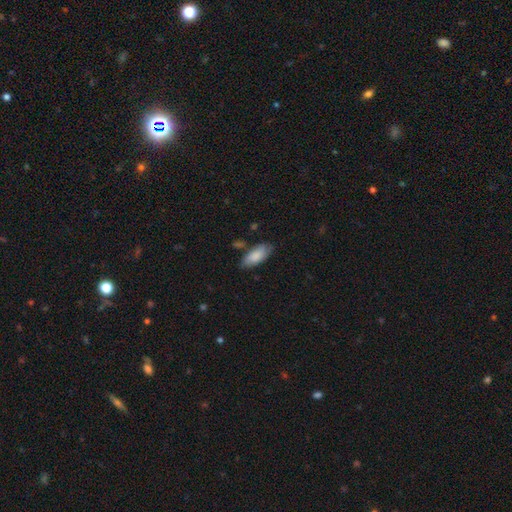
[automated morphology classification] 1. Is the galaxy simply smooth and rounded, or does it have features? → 83% smooth, 11% featured or disk, 6% star or artifact.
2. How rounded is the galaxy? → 83% in between, 16% cigar-shaped, 2% round.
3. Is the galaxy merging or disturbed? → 72% none, 20% minor disturbance, 4% merger, 4% major disturbance.